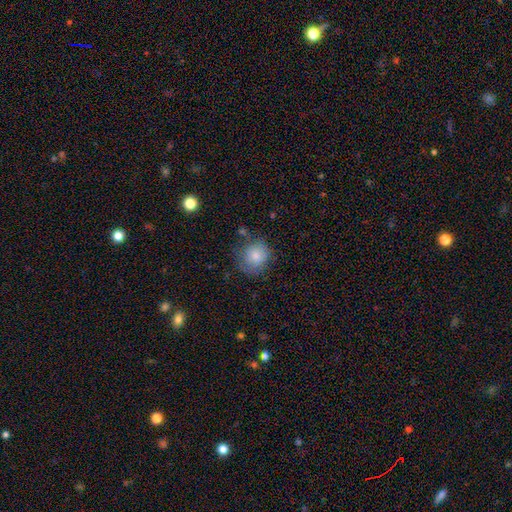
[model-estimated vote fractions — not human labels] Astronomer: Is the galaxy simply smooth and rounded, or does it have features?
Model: smooth — 79%.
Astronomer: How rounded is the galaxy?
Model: round — 85%.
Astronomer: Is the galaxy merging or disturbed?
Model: none — 69%.